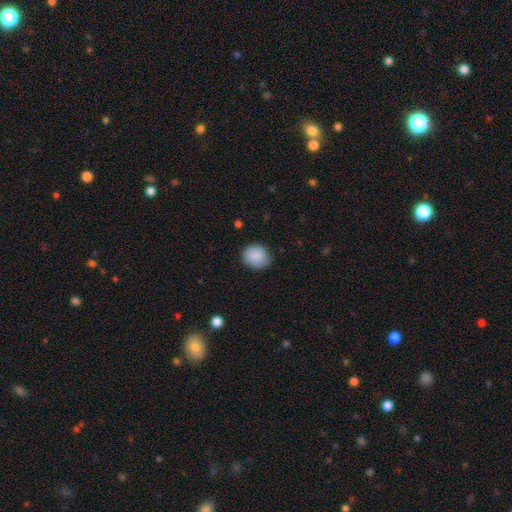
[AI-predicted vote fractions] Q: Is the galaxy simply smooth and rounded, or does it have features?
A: smooth — 89%.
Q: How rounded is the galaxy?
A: round — 68%.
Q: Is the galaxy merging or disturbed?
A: none — 81%.